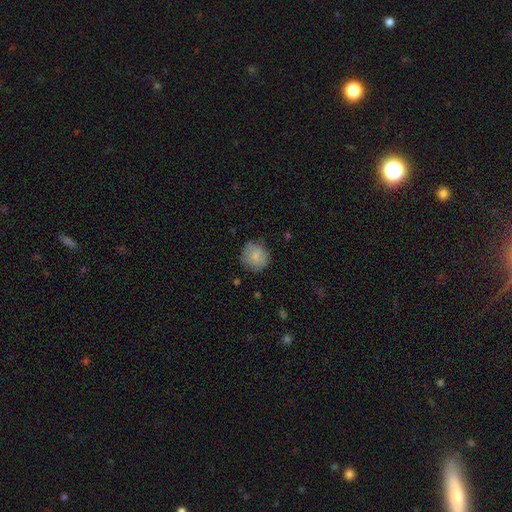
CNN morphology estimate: A smooth galaxy with no disk features (81%) that is round (85%). Merging: none (75%).